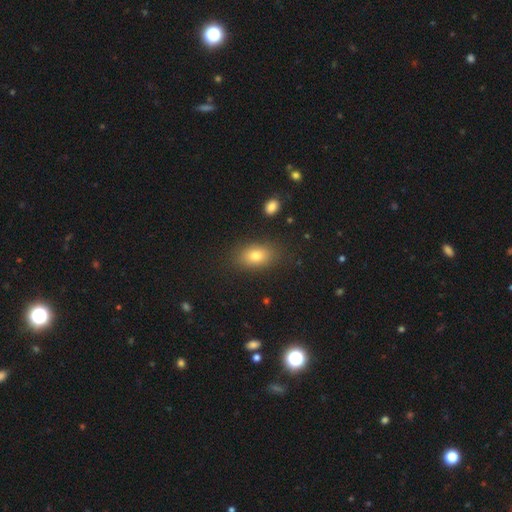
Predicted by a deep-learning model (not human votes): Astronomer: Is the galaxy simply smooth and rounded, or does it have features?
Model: smooth — 78%.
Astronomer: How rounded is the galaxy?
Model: in between — 82%.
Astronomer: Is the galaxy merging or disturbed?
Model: none — 84%.